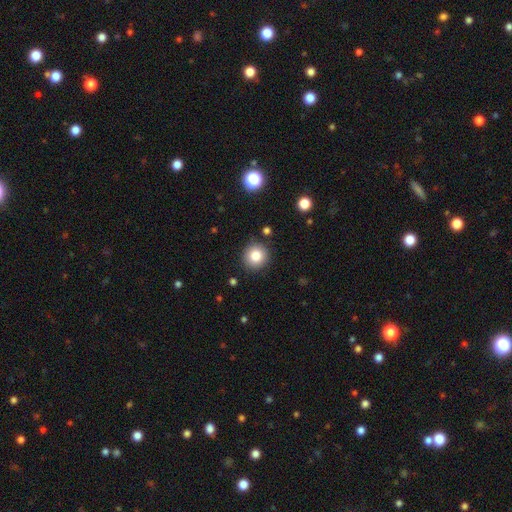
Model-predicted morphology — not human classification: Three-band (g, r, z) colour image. It shows a smooth galaxy with no disk features (83%) that is round (92%). Merging: none (88%).